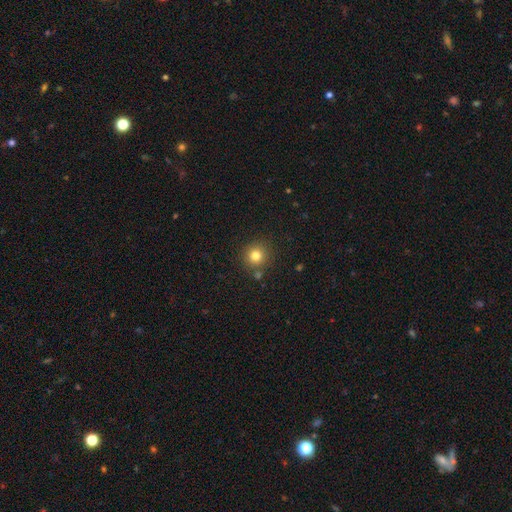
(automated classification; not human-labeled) Smooth or featured?
  - smooth: 80% *
  - star or artifact: 13%
  - featured or disk: 7%
How rounded?
  - round: 93% *
  - in between: 6%
  - cigar-shaped: 1%
Merging?
  - none: 84% *
  - minor disturbance: 8%
  - merger: 6%
  - major disturbance: 3%